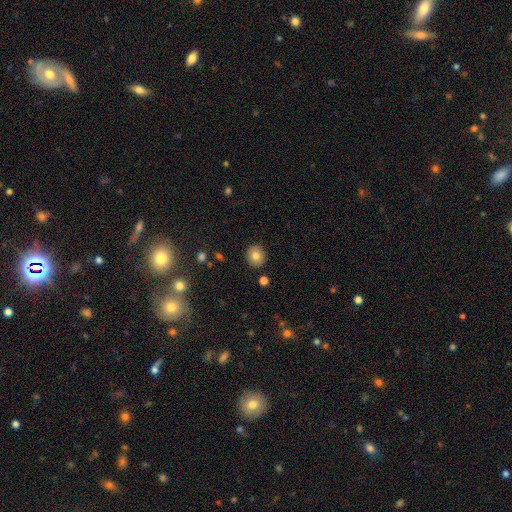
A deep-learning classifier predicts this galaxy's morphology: A smooth galaxy with no disk features (81%) that is round (85%).

Vote fractions:
- Smooth or featured? smooth: 81% / featured or disk: 10% / star or artifact: 10%
- How rounded? round: 85% / in between: 14% / cigar-shaped: 1%
- Merging? none: 90% / minor disturbance: 7% / major disturbance: 2% / merger: 2%